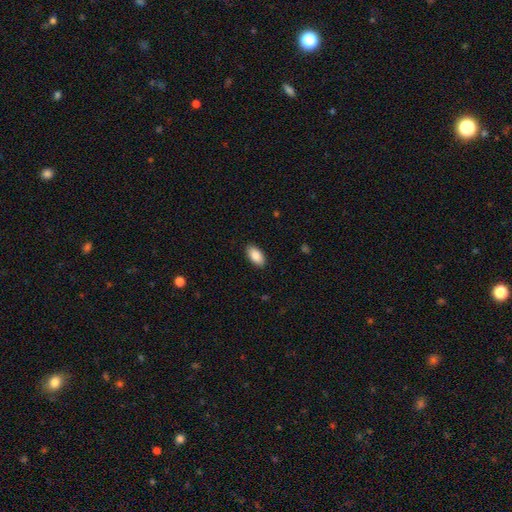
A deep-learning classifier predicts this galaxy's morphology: A smooth galaxy with no disk features (88%) that is in between round and cigar-shaped (95%). Merging: none (89%).